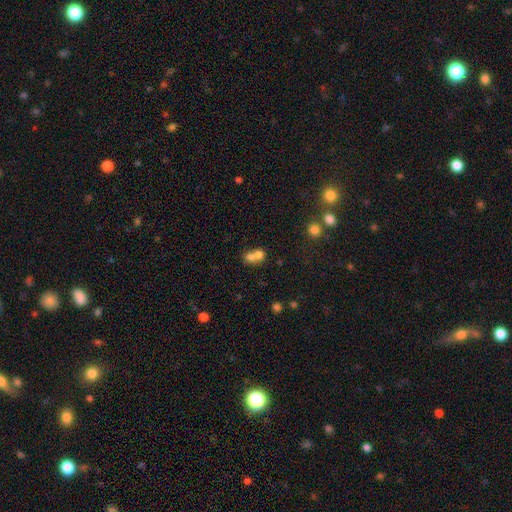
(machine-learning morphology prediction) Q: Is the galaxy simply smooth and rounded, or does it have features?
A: smooth — 70%.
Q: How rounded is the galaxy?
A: round — 59%.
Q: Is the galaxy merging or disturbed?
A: merger — 70%.